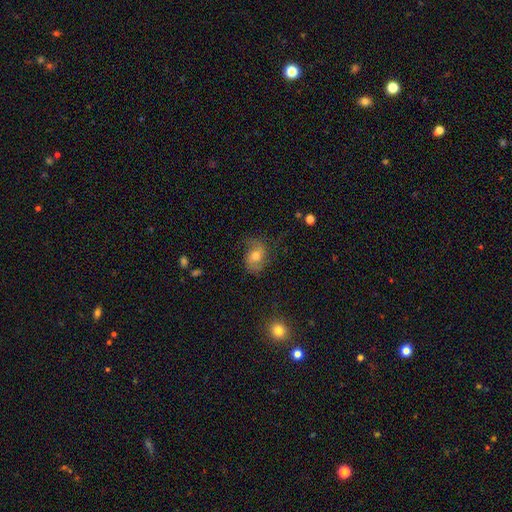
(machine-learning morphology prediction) Q: Smooth or featured?
A: featured or disk (58%); runner-up: smooth (31%)
Q: Edge-on disk?
A: no (96%); runner-up: yes (4%)
Q: Bar?
A: no (58%); runner-up: weak (33%)
Q: Spiral arms?
A: yes (86%); runner-up: no (14%)
Q: Bulge size?
A: moderate (68%); runner-up: small (22%)
Q: Merging?
A: none (61%); runner-up: minor disturbance (22%)